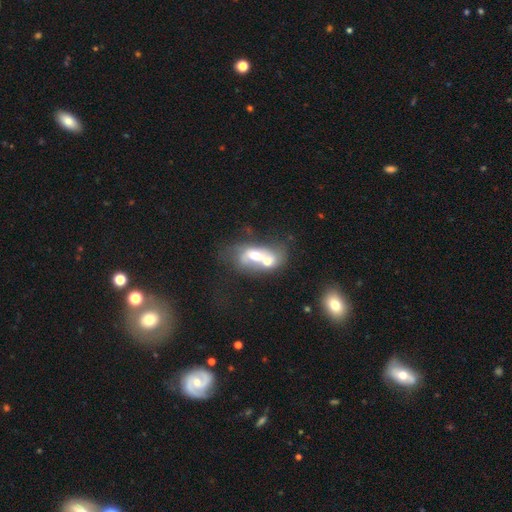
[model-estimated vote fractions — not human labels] smooth_or_featured: featured or disk (p=0.47) [alt: smooth p=0.45]
merging: merger (p=0.73) [alt: none p=0.13]